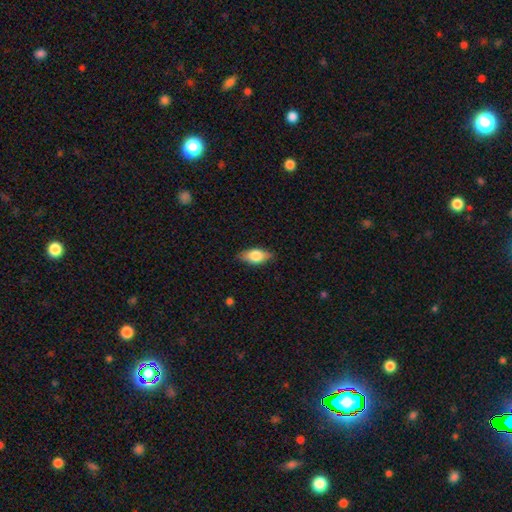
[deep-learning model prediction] smooth_or_featured: smooth (p=0.69) [alt: featured or disk p=0.24]
how_rounded: in between (p=0.85) [alt: cigar-shaped p=0.10]
merging: none (p=0.83) [alt: minor disturbance p=0.13]